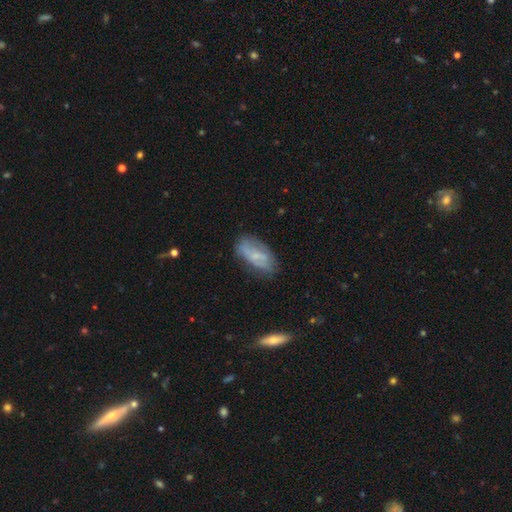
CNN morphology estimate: Overall: smooth (51%; featured or disk 42%). How rounded: in between (90%). Merging: none (63%; minor disturbance 26%).